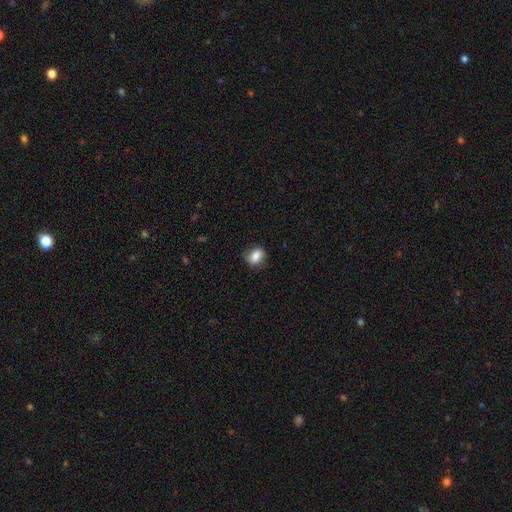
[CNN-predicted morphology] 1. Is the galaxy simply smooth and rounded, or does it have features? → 84% smooth, 9% star or artifact, 7% featured or disk.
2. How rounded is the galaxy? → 56% in between, 43% round, 1% cigar-shaped.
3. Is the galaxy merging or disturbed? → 80% none, 15% minor disturbance, 3% major disturbance, 1% merger.